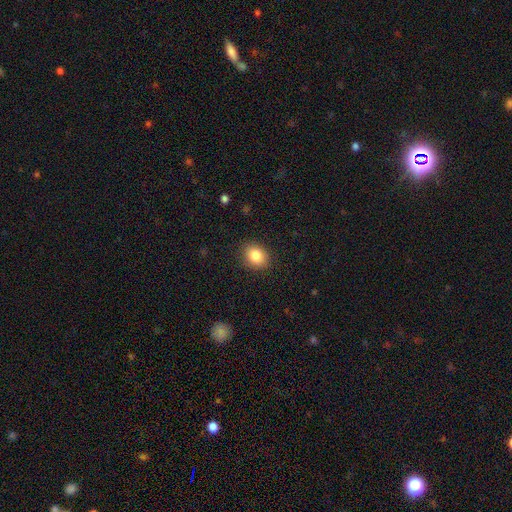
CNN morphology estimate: smooth 84%, star or artifact 9%, featured or disk 7%. Down the decision tree: how rounded — in between (50%); merging — none (88%).